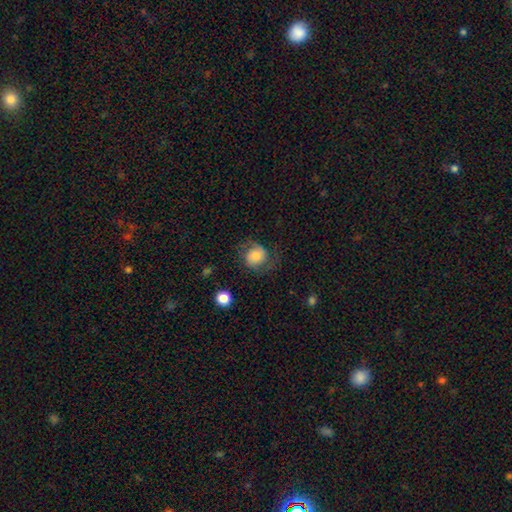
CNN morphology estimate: Overall: featured or disk (47%; smooth 44%). Merging: none (63%).